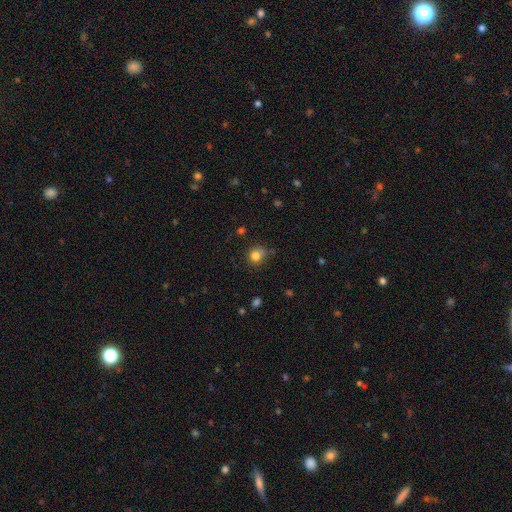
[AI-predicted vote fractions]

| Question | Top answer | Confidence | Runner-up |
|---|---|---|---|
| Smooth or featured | smooth | 80% | star or artifact (13%) |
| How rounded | round | 82% | in between (17%) |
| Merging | none | 66% | minor disturbance (21%) |